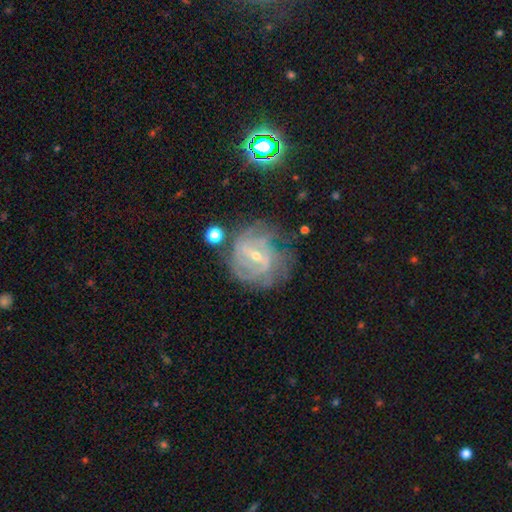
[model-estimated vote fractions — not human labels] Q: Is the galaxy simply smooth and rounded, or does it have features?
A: featured or disk — 84%.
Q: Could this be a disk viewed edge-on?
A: no — 96%.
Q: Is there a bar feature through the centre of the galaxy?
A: weak — 49%.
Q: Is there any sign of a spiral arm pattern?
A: yes — 91%.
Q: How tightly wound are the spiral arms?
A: tight — 54%.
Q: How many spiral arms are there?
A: can't tell — 39%.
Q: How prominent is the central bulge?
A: small — 67%.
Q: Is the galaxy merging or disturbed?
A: none — 64%.